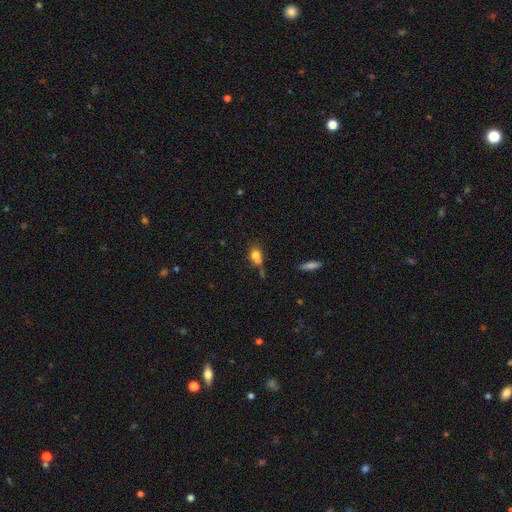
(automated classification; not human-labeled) smooth 71%, featured or disk 17%, star or artifact 12%. Down the decision tree: how rounded — round (61%); merging — merger (52%).